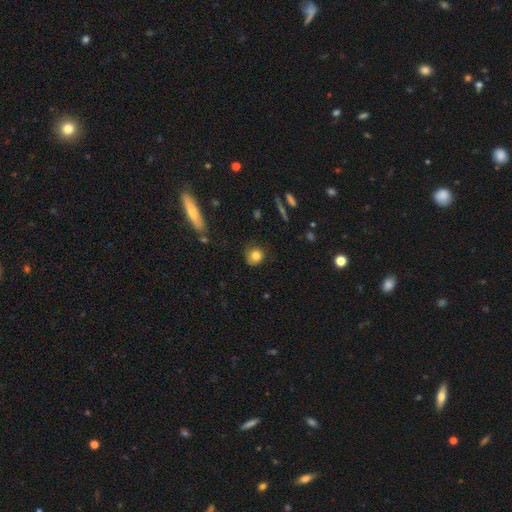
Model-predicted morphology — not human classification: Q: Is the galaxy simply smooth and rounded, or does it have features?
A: smooth — 80%.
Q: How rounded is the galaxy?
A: round — 87%.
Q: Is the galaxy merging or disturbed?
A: none — 77%.